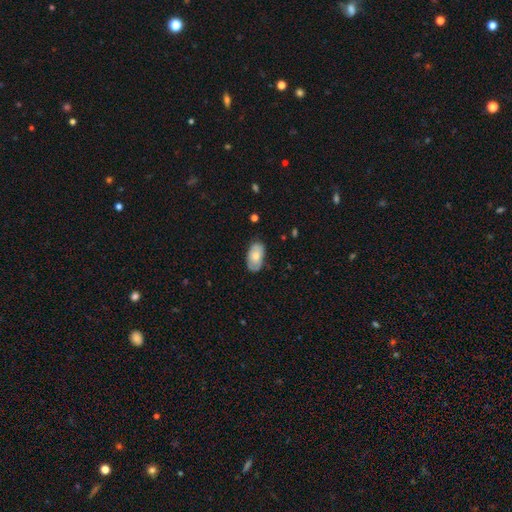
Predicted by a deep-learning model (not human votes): Morphology: type=smooth (61%); roundness=in between (94%); merging=none (76%).